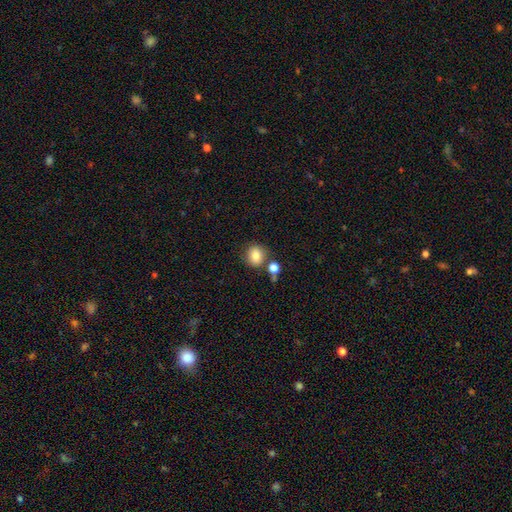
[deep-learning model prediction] The model was most divided on "how rounded": round: 75%, in between: 24%, cigar-shaped: 1%. More confident: smooth or featured — smooth (82%); merging — none (74%).